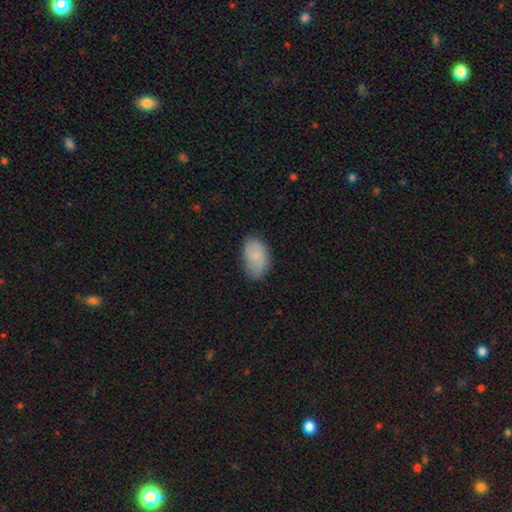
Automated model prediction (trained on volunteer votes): Q: Smooth or featured?
A: smooth (73%); runner-up: featured or disk (20%)
Q: How rounded?
A: in between (92%); runner-up: round (7%)
Q: Merging?
A: none (70%); runner-up: minor disturbance (23%)